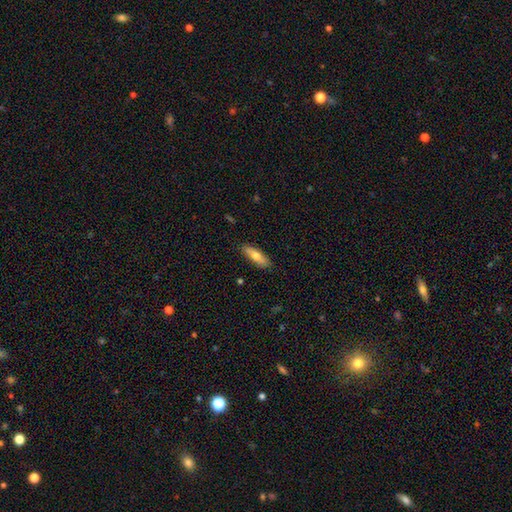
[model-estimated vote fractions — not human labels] A smooth galaxy with no disk features (67%) that is cigar-shaped (60%).

Vote fractions:
- Smooth or featured? smooth: 67% / featured or disk: 27% / star or artifact: 6%
- How rounded? cigar-shaped: 60% / in between: 38% / round: 2%
- Merging? none: 87% / minor disturbance: 10% / major disturbance: 2% / merger: 1%